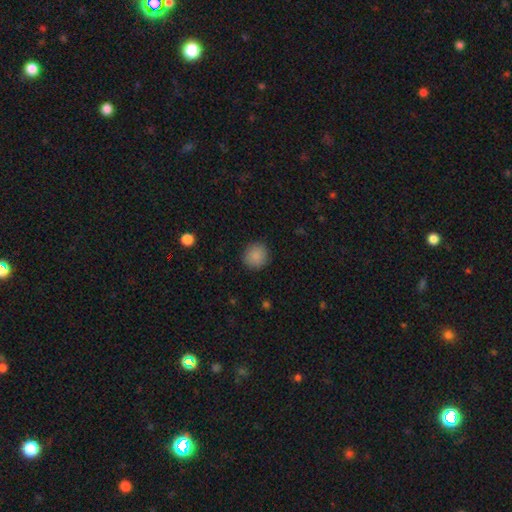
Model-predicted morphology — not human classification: Smooth or featured? Predicted: smooth (p=0.88). How rounded? Predicted: round (p=0.91). Merging? Predicted: none (p=0.90).